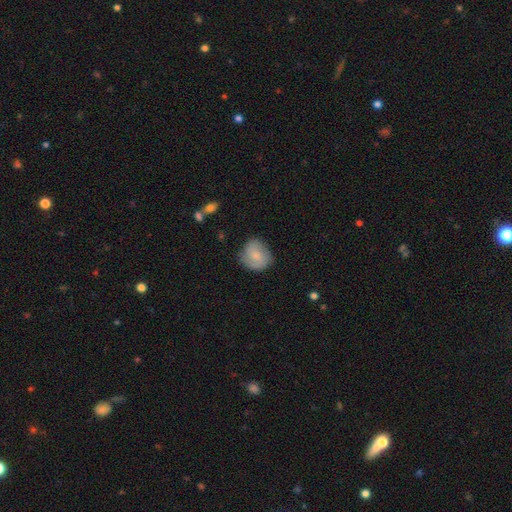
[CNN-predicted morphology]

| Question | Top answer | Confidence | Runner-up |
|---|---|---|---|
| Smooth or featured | smooth | 60% | featured or disk (34%) |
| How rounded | round | 76% | in between (23%) |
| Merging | none | 72% | minor disturbance (20%) |